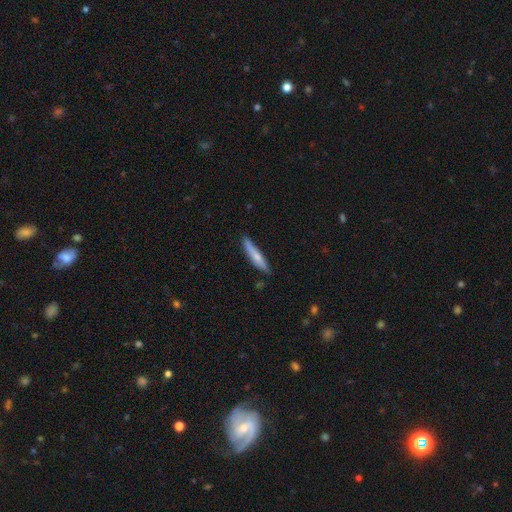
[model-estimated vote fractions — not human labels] Smooth or featured? Predicted: smooth (p=0.66). How rounded? Predicted: cigar-shaped (p=0.89). Merging? Predicted: none (p=0.80).